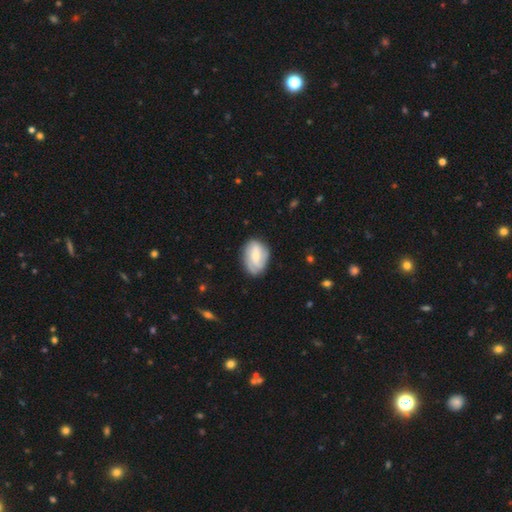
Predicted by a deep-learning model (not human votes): The model was most divided on "smooth or featured" (2-way tie): featured or disk: 47%, smooth: 47%, star or artifact: 7%. More confident: merging — none (74%).